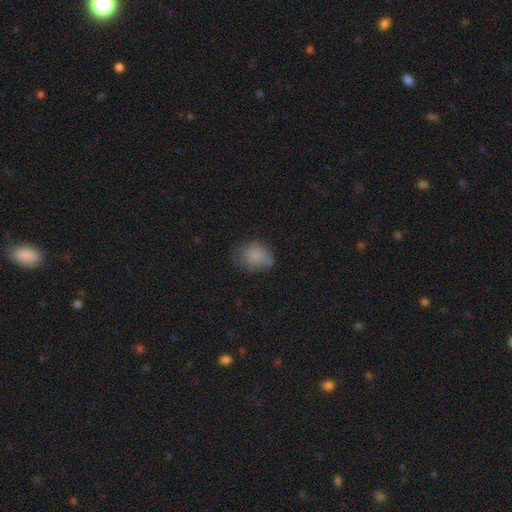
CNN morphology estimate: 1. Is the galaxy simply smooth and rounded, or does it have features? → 79% smooth, 11% star or artifact, 10% featured or disk.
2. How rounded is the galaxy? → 53% in between, 46% round, 1% cigar-shaped.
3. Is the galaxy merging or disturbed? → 55% none, 31% minor disturbance, 12% major disturbance, 2% merger.